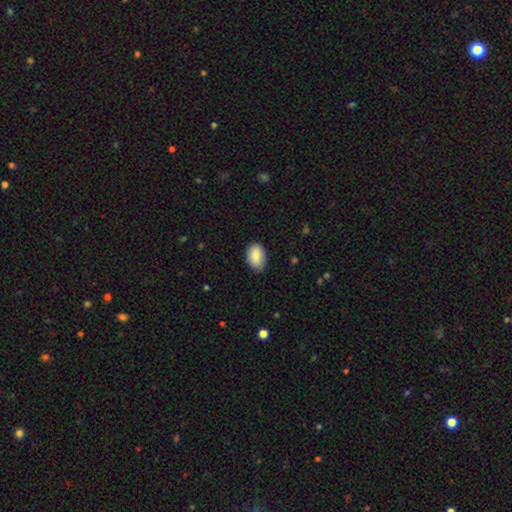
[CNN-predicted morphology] The model was most divided on "merging": none: 82%, minor disturbance: 15%, major disturbance: 2%, merger: 1%. More confident: how rounded — in between (90%); smooth or featured — smooth (85%).